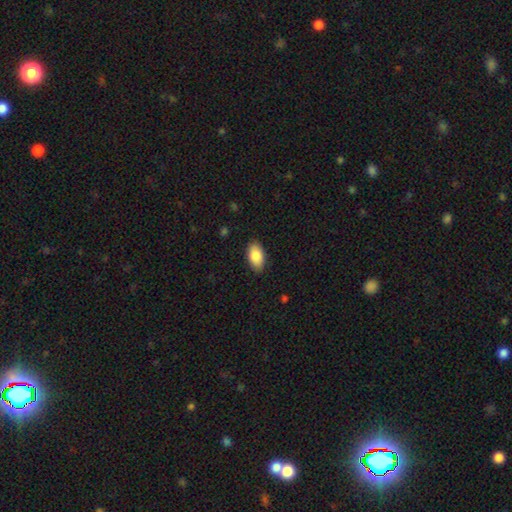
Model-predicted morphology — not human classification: The model was most divided on "smooth or featured": smooth: 86%, featured or disk: 8%, star or artifact: 6%. More confident: how rounded — in between (94%); merging — none (88%).